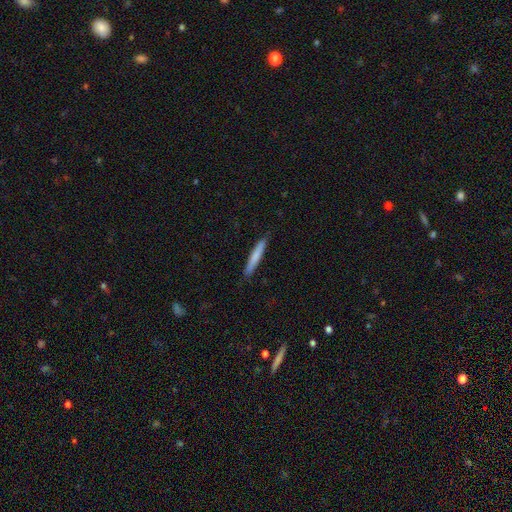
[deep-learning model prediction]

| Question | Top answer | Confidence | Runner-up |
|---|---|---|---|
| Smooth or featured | smooth | 73% | featured or disk (21%) |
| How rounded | cigar-shaped | 95% | in between (4%) |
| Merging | none | 89% | minor disturbance (9%) |